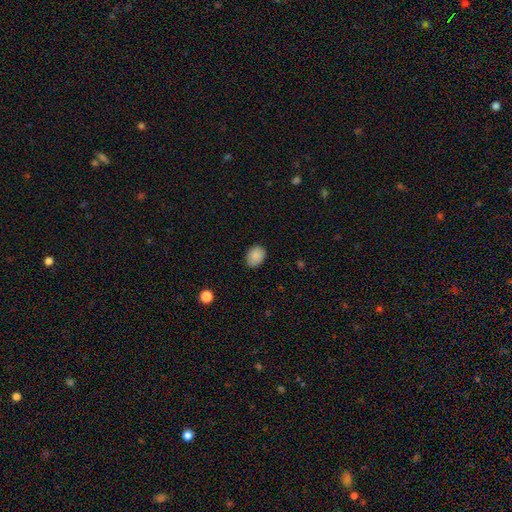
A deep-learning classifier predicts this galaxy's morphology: smooth_or_featured: smooth (p=0.88) [alt: star or artifact p=0.08]
how_rounded: in between (p=0.67) [alt: round p=0.32]
merging: none (p=0.85) [alt: minor disturbance p=0.11]